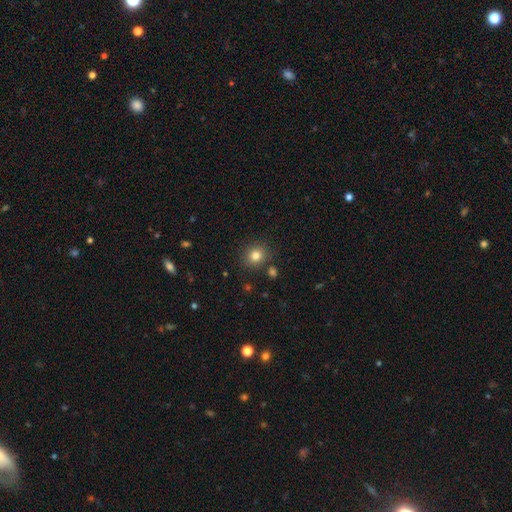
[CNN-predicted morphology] Smooth or featured? Predicted: smooth (p=0.81). How rounded? Predicted: round (p=0.81). Merging? Predicted: none (p=0.84).